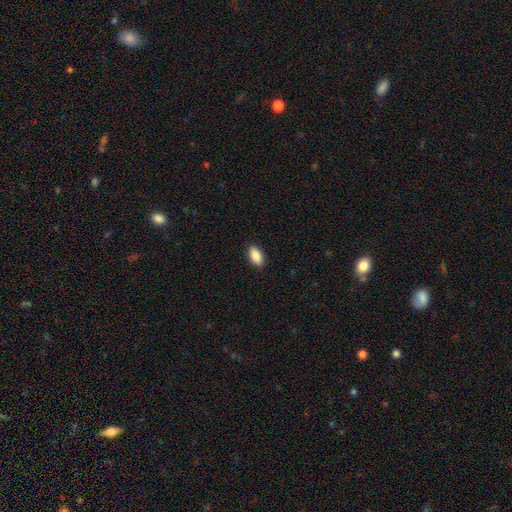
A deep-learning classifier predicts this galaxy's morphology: smooth 90%, star or artifact 7%, featured or disk 4%. Down the decision tree: how rounded — in between (93%); merging — none (89%).